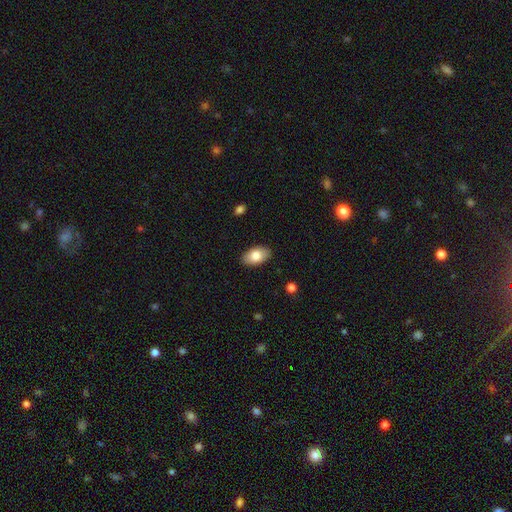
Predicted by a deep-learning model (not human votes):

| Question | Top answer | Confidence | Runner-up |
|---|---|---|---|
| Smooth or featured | smooth | 80% | featured or disk (13%) |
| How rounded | in between | 94% | round (5%) |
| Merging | none | 88% | minor disturbance (9%) |